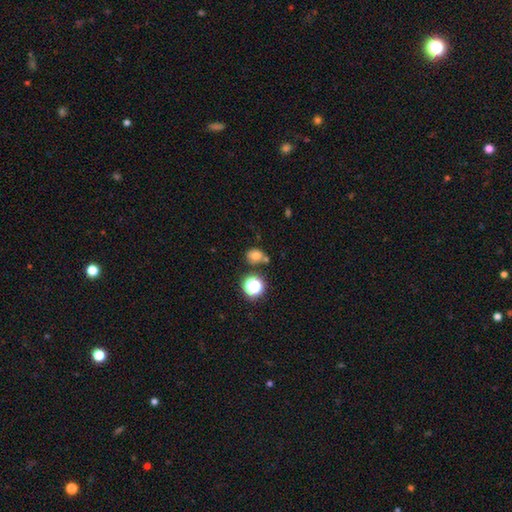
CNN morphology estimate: smooth_or_featured: smooth (p=0.71) [alt: star or artifact p=0.18]
how_rounded: round (p=0.57) [alt: in between p=0.42]
merging: none (p=0.60) [alt: minor disturbance p=0.18]